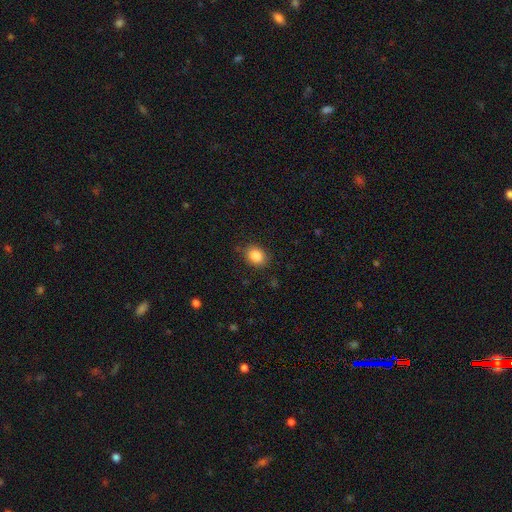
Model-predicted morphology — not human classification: Smooth or featured: smooth — 86% (star or artifact — 9%)
How rounded: in between — 55% (round — 44%)
Merging: none — 83% (minor disturbance — 12%)